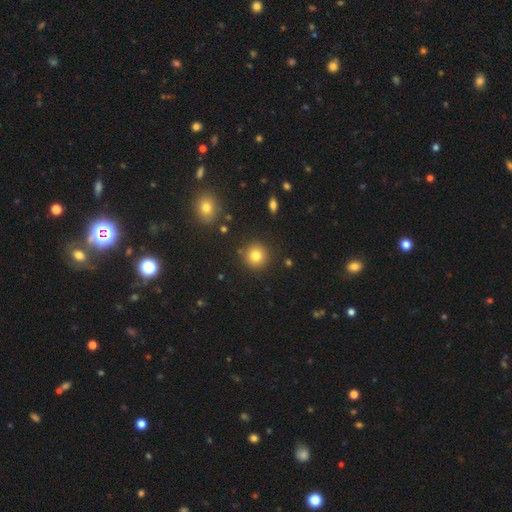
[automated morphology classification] A smooth galaxy with no disk features (81%) that is round (93%). Merging: none (89%).